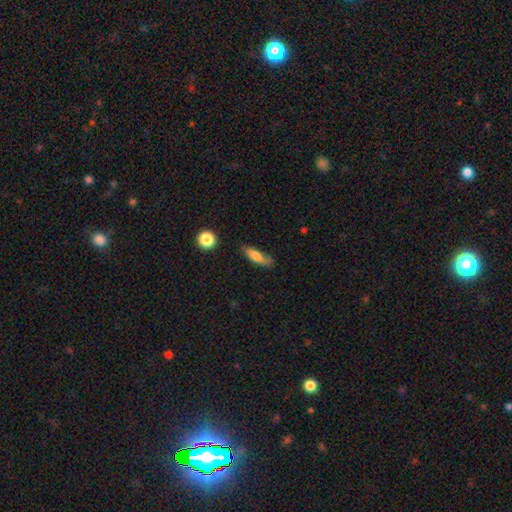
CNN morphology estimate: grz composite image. It shows a smooth galaxy with no disk features (71%) that is cigar-shaped (53%). Merging: none (66%).